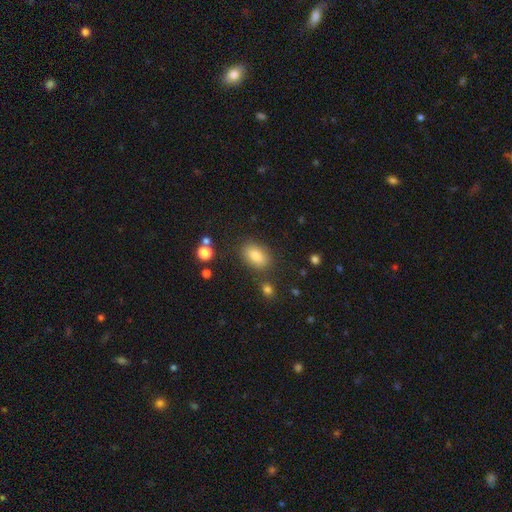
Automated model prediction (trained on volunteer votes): This appears to be a smooth galaxy with no disk features (80%) that is in between round and cigar-shaped (83%). Merging: none (82%).